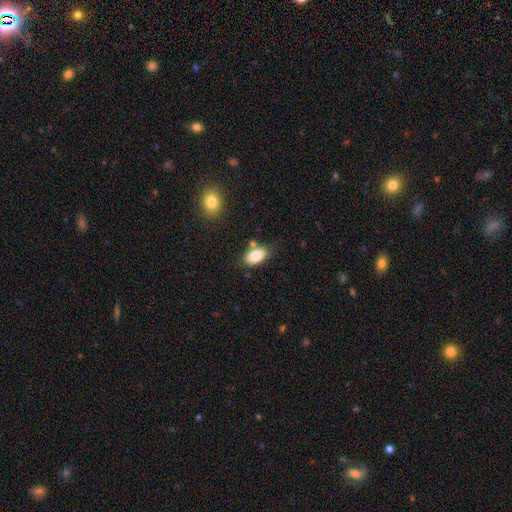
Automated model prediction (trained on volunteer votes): The model was most divided on "merging": none: 71%, minor disturbance: 15%, merger: 11%, major disturbance: 3%. More confident: how rounded — in between (92%); smooth or featured — smooth (82%).